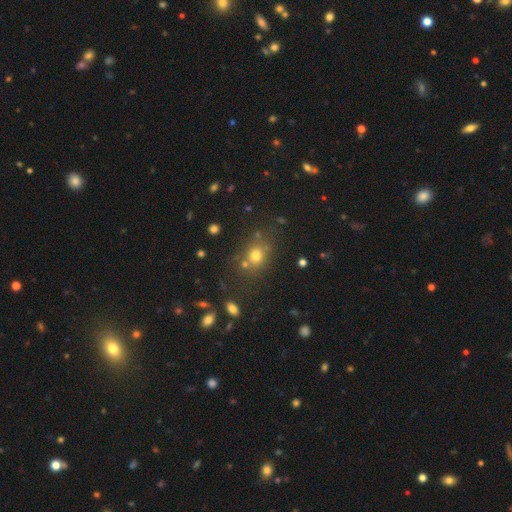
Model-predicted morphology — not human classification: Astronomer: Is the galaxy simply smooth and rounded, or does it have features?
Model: smooth — 72%.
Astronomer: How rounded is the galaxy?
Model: round — 68%.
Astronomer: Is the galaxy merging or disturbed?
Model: none — 71%.